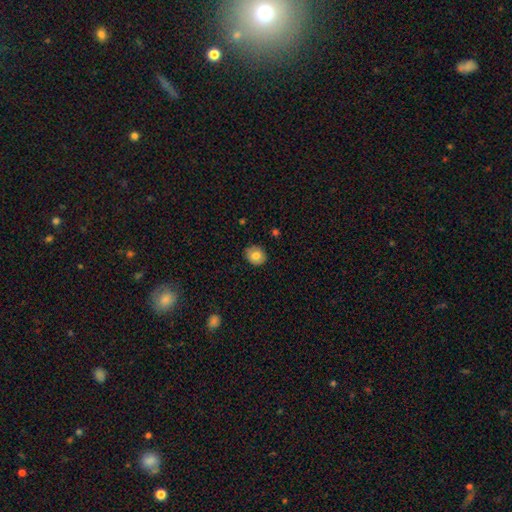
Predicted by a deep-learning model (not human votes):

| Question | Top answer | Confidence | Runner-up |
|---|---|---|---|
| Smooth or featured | smooth | 77% | featured or disk (14%) |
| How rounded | round | 70% | in between (29%) |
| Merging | none | 84% | minor disturbance (12%) |